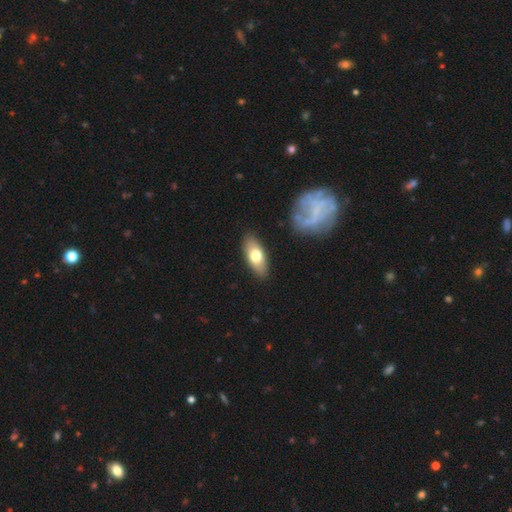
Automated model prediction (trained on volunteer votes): The model was most divided on "smooth or featured": smooth: 68%, featured or disk: 26%, star or artifact: 6%. More confident: merging — none (86%); how rounded — in between (83%).